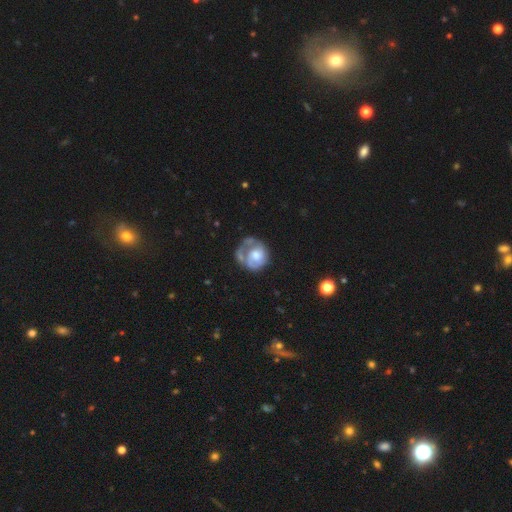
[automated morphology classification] smooth_or_featured: featured or disk (p=0.58) [alt: smooth p=0.36]
disk_edge_on: no (p=0.97) [alt: yes p=0.03]
bar: no (p=0.79) [alt: weak p=0.18]
has_spiral_arms: yes (p=0.59) [alt: no p=0.41]
bulge_size: moderate (p=0.50) [alt: large p=0.25]
merging: none (p=0.45) [alt: major disturbance p=0.25]